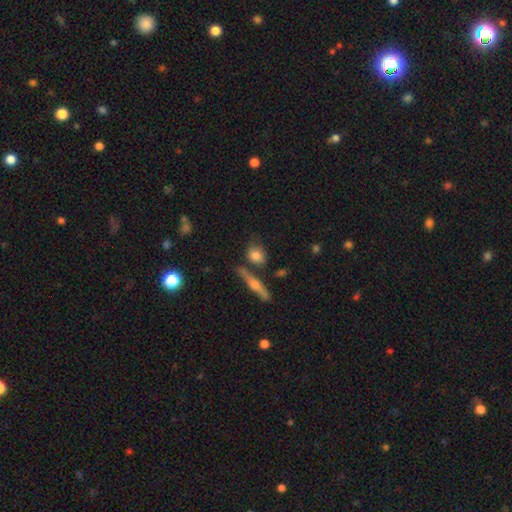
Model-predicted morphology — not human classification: This appears to be a smooth galaxy with no disk features (75%) that is round (47%). Merging: none (64%).